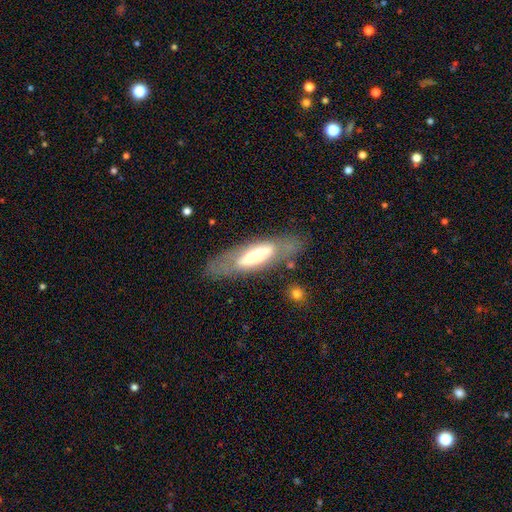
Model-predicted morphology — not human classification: This is possibly a featured or disk galaxy (53%). It is likely not viewed edge-on (64%). Merging: likely none (70%).